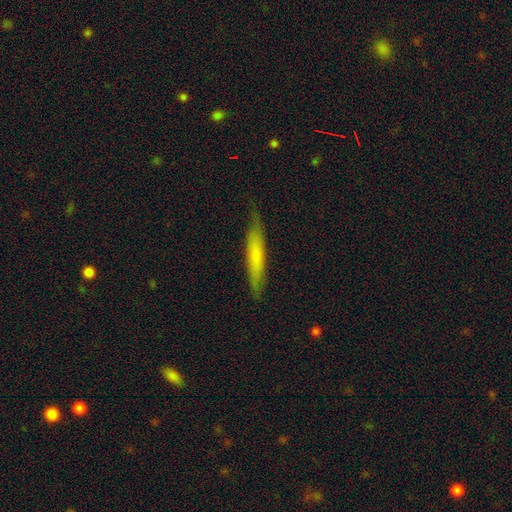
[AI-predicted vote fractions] Smooth or featured? smooth (64%)
How rounded? cigar-shaped (92%)
Merging? none (82%)